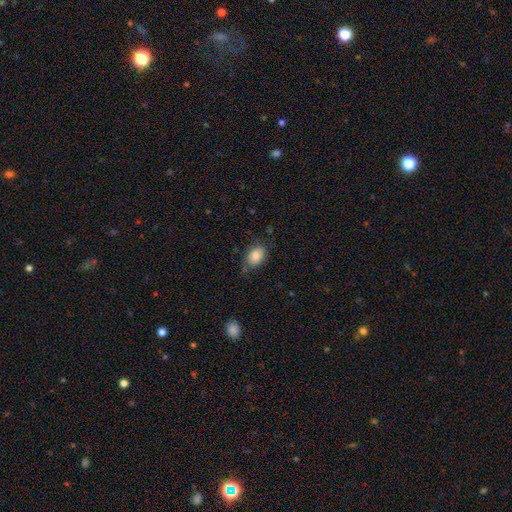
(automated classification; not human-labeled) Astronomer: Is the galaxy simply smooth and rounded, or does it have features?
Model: smooth — 84%.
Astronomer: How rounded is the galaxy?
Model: in between — 83%.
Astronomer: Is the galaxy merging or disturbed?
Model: none — 65%.